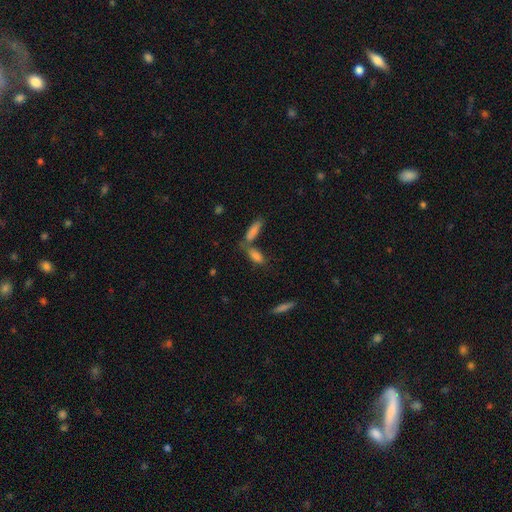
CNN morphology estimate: Smooth or featured? smooth (75%)
How rounded? in between (64%)
Merging? none (45%)